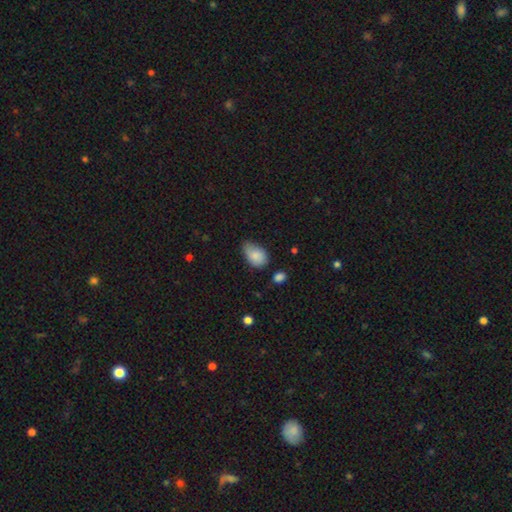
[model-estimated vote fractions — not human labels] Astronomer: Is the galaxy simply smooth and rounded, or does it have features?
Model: smooth — 84%.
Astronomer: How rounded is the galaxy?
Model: in between — 85%.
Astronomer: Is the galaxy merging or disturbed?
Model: minor disturbance — 45% (runner-up: none, 42%).